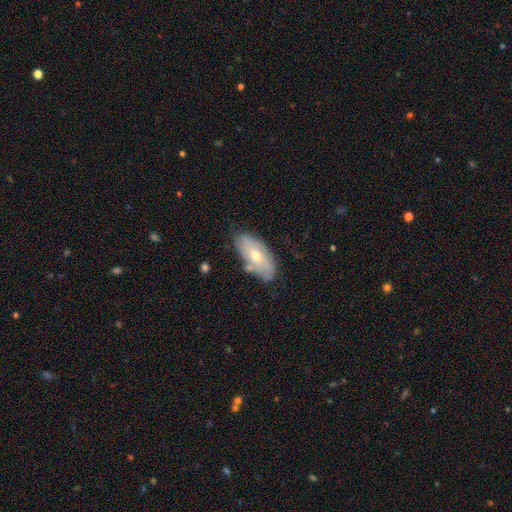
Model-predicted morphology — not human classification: Smooth or featured? featured or disk (48%)
Merging? none (70%)